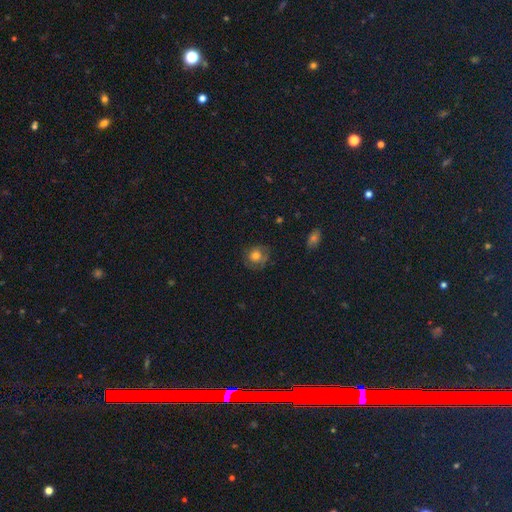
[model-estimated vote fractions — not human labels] Smooth or featured: smooth — 65% (featured or disk — 22%)
How rounded: round — 82% (in between — 17%)
Merging: none — 70% (minor disturbance — 20%)